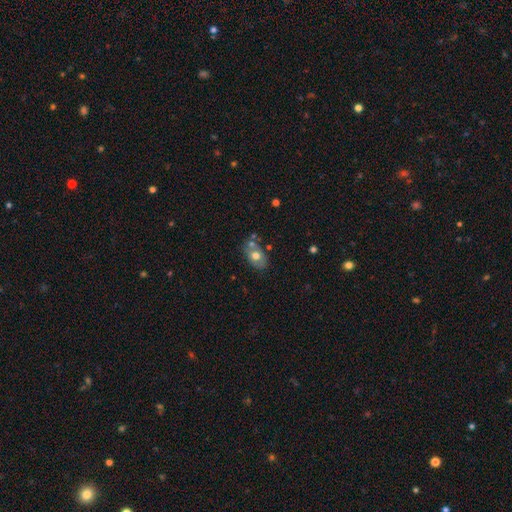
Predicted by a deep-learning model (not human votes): A smooth galaxy with no disk features (60%) that is in between round and cigar-shaped (82%).

Vote fractions:
- Smooth or featured? smooth: 60% / featured or disk: 32% / star or artifact: 8%
- How rounded? in between: 82% / round: 17% / cigar-shaped: 1%
- Merging? none: 60% / minor disturbance: 19% / merger: 16% / major disturbance: 5%